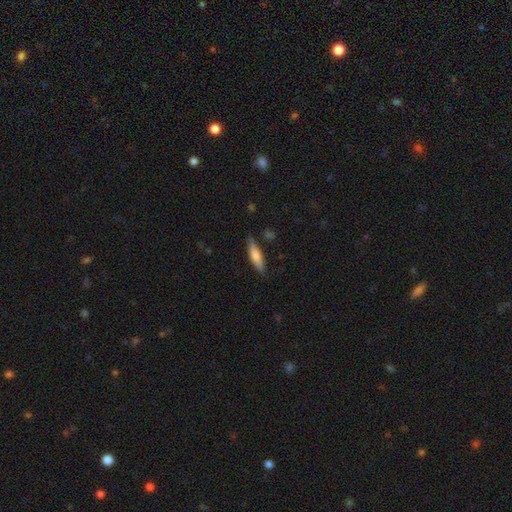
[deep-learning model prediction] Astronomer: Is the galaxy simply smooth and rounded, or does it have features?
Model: smooth — 67%.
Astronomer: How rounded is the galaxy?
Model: cigar-shaped — 72%.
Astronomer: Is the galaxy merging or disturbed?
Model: none — 84%.